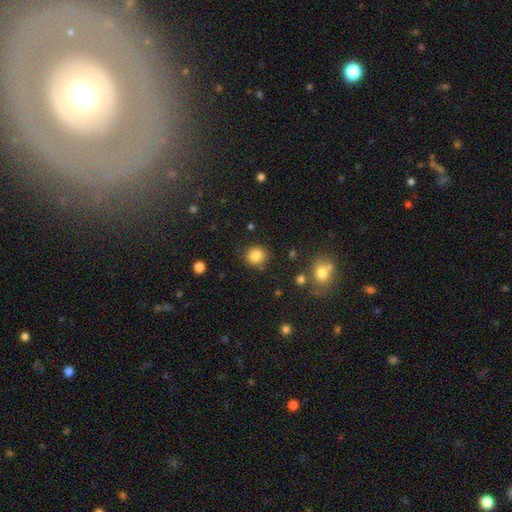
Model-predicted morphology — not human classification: smooth-or-featured: smooth: 84% | star or artifact: 10% | featured or disk: 5%
  how-rounded: round: 86% | in between: 13% | cigar-shaped: 1%
  merging: none: 87% | minor disturbance: 8% | major disturbance: 3% | merger: 3%